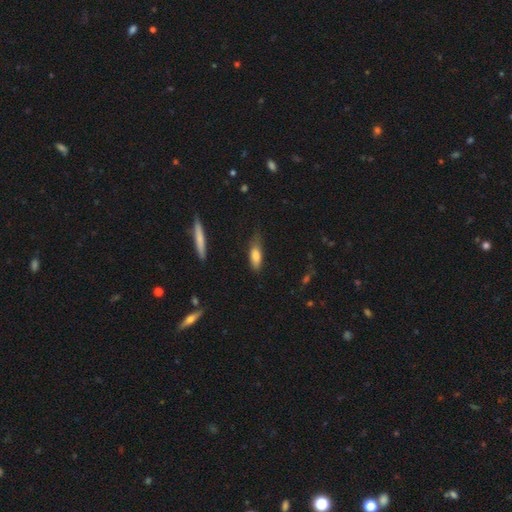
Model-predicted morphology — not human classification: This appears to be a smooth galaxy with no disk features (80%) that is in between round and cigar-shaped (62%). Merging: none (60%).